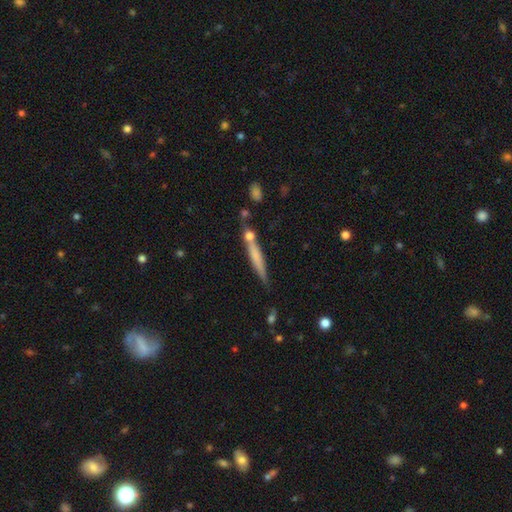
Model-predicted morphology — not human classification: smooth-or-featured: smooth: 54% | featured or disk: 38% | star or artifact: 7%
  how-rounded: cigar-shaped: 93% | in between: 5% | round: 2%
  merging: none: 69% | minor disturbance: 15% | merger: 12% | major disturbance: 4%